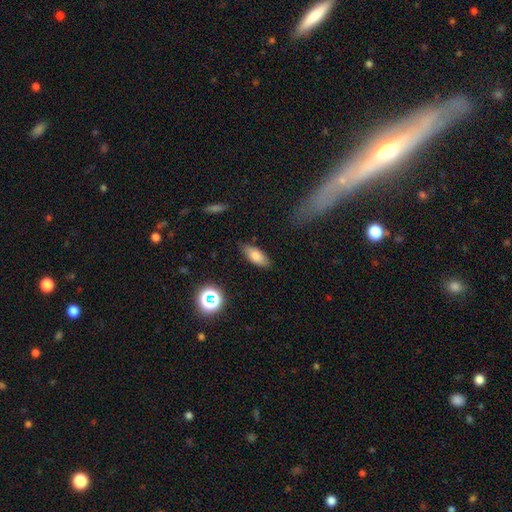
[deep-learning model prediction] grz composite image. It shows a smooth galaxy with no disk features (79%) that is in between round and cigar-shaped (79%). Merging: none (82%).